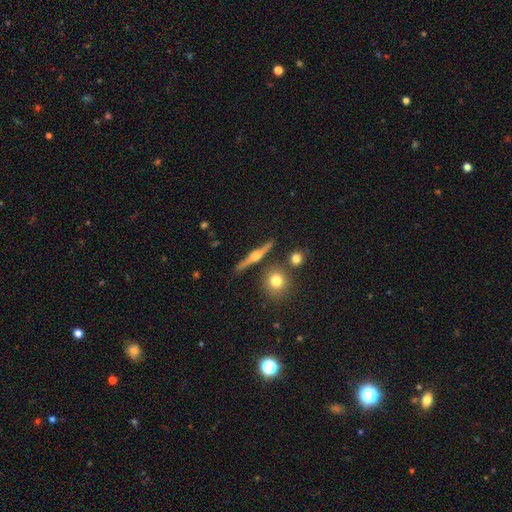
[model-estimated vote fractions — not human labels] featured or disk 77%, smooth 16%, star or artifact 7%. Down the decision tree: edge-on disk — yes (97%); edge-on bulge — rounded (93%); merging — none (84%).